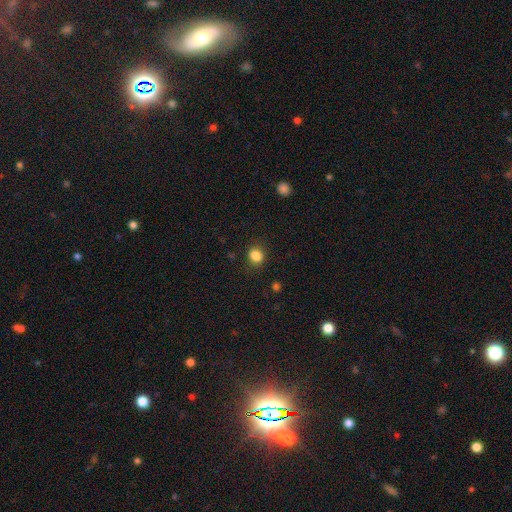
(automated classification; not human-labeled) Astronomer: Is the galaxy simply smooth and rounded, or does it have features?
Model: smooth — 85%.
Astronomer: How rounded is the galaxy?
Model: round — 62%.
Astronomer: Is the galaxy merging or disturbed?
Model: none — 85%.